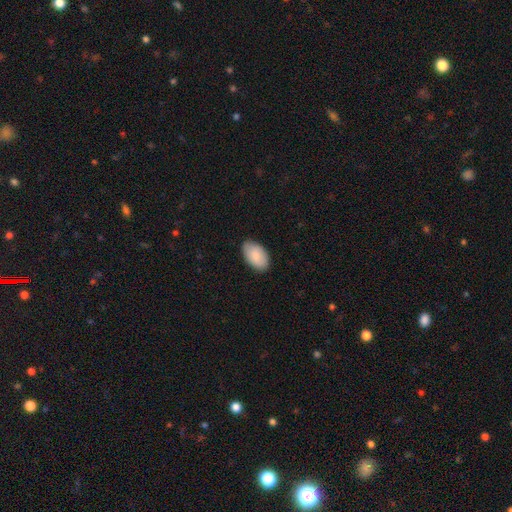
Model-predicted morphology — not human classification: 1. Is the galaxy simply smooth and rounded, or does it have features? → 88% smooth, 7% featured or disk, 6% star or artifact.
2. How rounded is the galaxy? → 94% in between, 4% round, 1% cigar-shaped.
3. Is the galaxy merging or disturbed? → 83% none, 14% minor disturbance, 2% major disturbance, 1% merger.